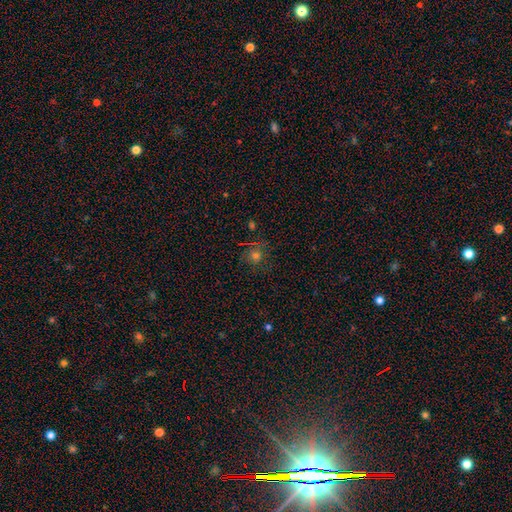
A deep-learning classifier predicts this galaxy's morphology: This appears to be a smooth galaxy with no disk features (51%) that is round (90%). Merging: none (77%).